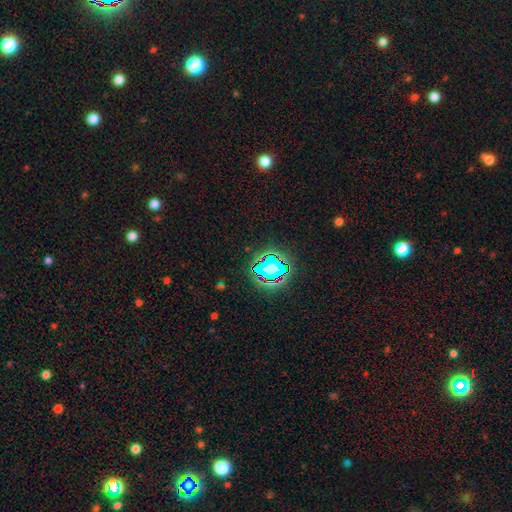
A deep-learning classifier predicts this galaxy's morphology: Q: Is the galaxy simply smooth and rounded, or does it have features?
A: star or artifact — 79%.